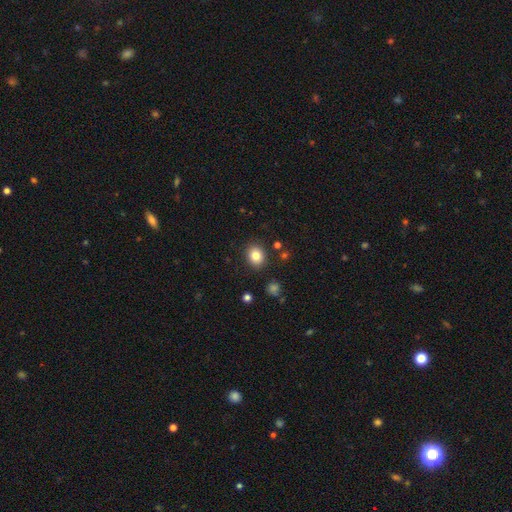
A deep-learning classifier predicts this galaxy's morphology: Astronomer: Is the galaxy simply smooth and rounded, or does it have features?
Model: smooth — 83%.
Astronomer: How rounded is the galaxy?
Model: round — 59% (runner-up: in between, 40%).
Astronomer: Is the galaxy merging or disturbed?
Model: none — 88%.